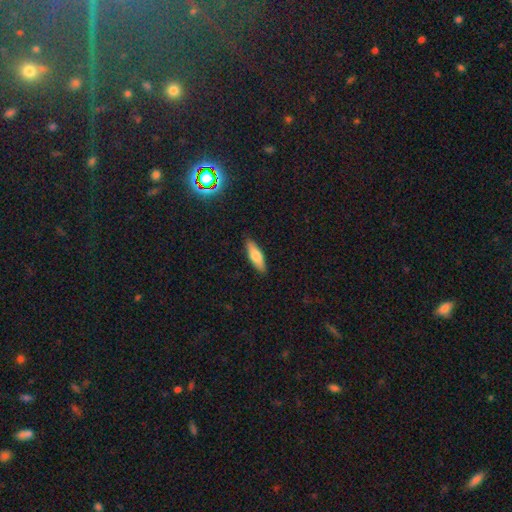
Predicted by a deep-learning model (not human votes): Q: Smooth or featured?
A: smooth (74%); runner-up: featured or disk (19%)
Q: How rounded?
A: cigar-shaped (50%); runner-up: in between (48%)
Q: Merging?
A: none (89%); runner-up: minor disturbance (8%)